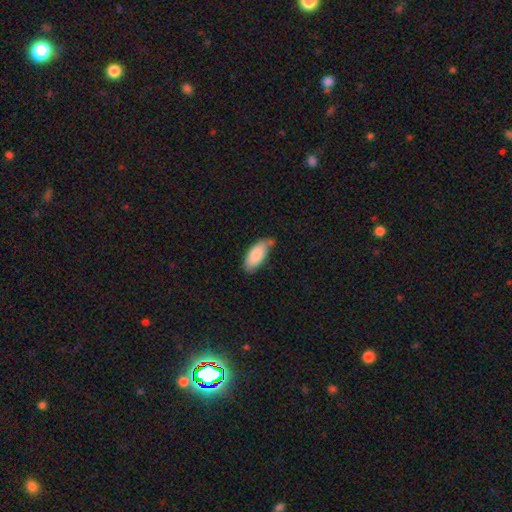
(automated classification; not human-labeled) The model was most divided on "merging": none: 61%, minor disturbance: 27%, merger: 7%, major disturbance: 5%. More confident: how rounded — in between (88%); smooth or featured — smooth (86%).